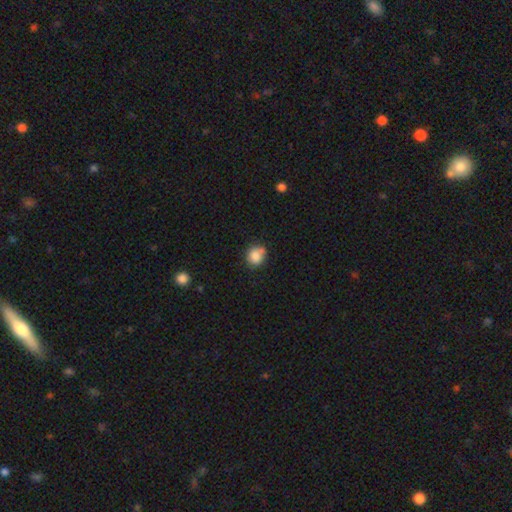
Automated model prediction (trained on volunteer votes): This is clearly a smooth galaxy (84%). How rounded: likely round (78%). Merging: likely none (61%).